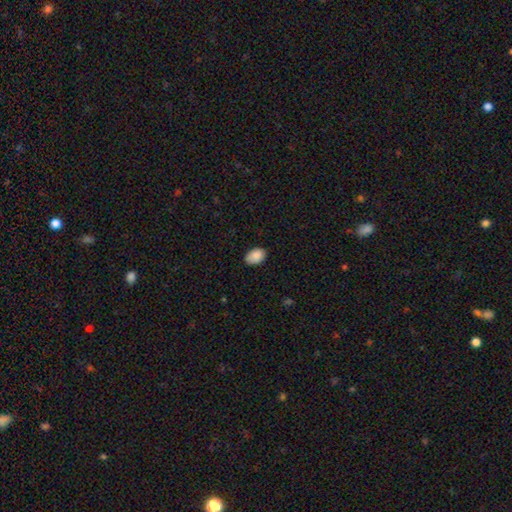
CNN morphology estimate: smooth 89%, star or artifact 7%, featured or disk 4%. Down the decision tree: how rounded — in between (87%); merging — none (84%).